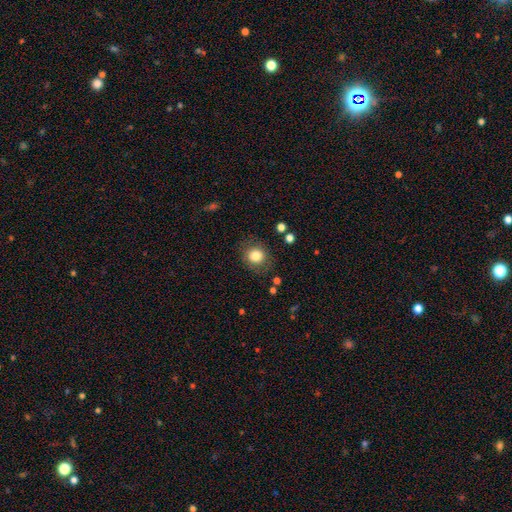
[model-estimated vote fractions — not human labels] Smooth or featured? smooth (81%)
How rounded? round (78%)
Merging? none (81%)